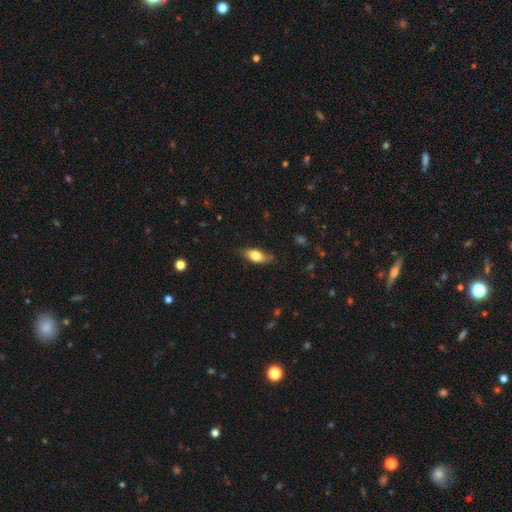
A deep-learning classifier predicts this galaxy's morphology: Q: Smooth or featured?
A: smooth (71%); runner-up: featured or disk (22%)
Q: How rounded?
A: in between (80%); runner-up: cigar-shaped (16%)
Q: Merging?
A: none (77%); runner-up: minor disturbance (19%)